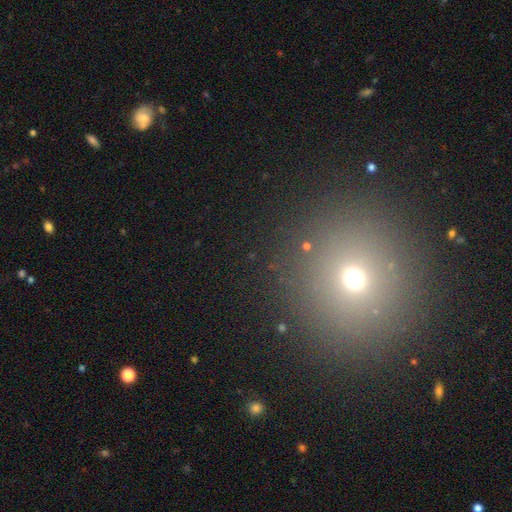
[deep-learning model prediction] This appears to be a smooth galaxy with no disk features (59%) that is round (92%). Merging: none (91%).